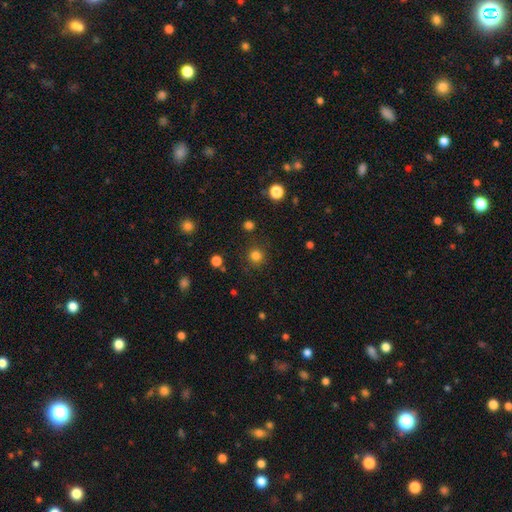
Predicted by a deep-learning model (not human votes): This is clearly a smooth galaxy (80%). How rounded: clearly round (94%). Merging: clearly none (88%).